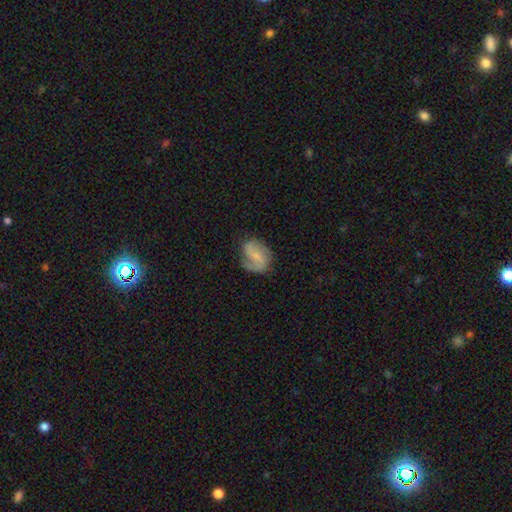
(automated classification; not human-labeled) Smooth or featured: featured or disk — 68% (smooth — 25%)
Edge-on disk: no — 97% (yes — 3%)
Bar: weak — 44% (no — 43%)
Spiral arms: yes — 92% (no — 8%)
Spiral winding: medium — 43% (loose — 39%)
Spiral arm count: 2 — 76% (1 — 10%)
Bulge size: small — 60% (moderate — 21%)
Merging: none — 65% (minor disturbance — 22%)